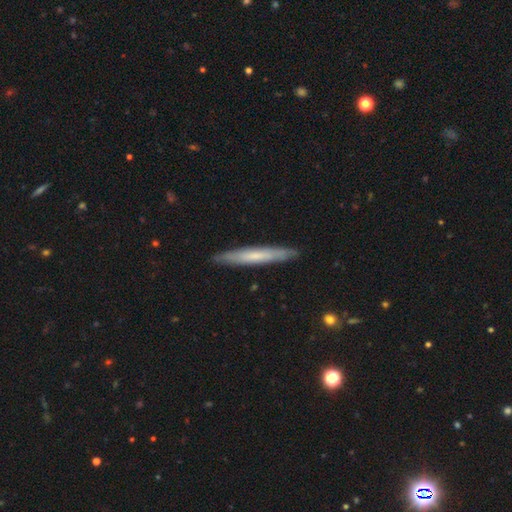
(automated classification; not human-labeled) Smooth or featured? Predicted: smooth (p=0.54). How rounded? Predicted: cigar-shaped (p=0.95). Merging? Predicted: none (p=0.89).